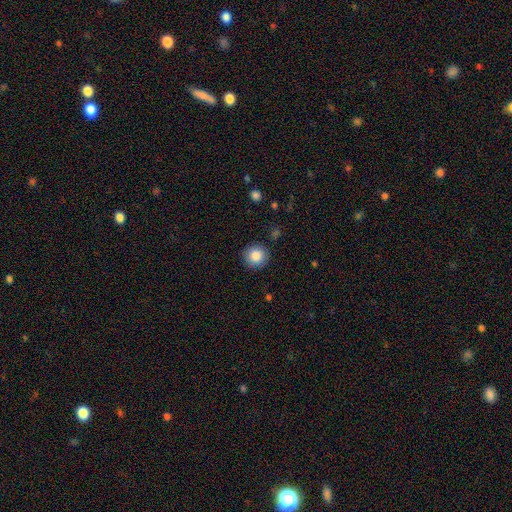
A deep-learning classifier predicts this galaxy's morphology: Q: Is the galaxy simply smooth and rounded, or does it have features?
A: smooth — 86%.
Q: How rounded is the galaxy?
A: round — 93%.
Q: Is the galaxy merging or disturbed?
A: none — 90%.